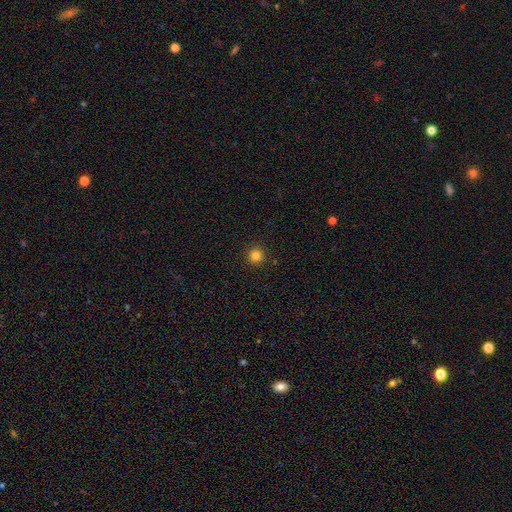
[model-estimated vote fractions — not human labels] A smooth galaxy with no disk features (82%) that is round (95%).

Vote fractions:
- Smooth or featured? smooth: 82% / star or artifact: 13% / featured or disk: 5%
- How rounded? round: 95% / in between: 4% / cigar-shaped: 1%
- Merging? none: 92% / minor disturbance: 5% / major disturbance: 2% / merger: 1%